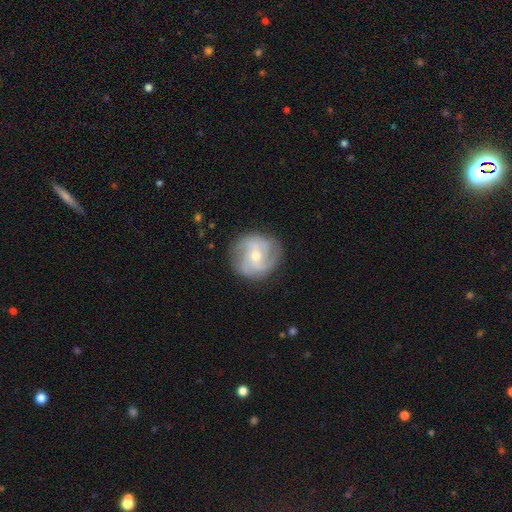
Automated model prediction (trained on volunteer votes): smooth-or-featured: featured or disk: 79% | smooth: 15% | star or artifact: 6%
  disk-edge-on: no: 97% | yes: 3%
    bar: no: 49% | weak: 39% | strong: 12%
    has-spiral-arms: yes: 93% | no: 7%
      spiral-winding: medium: 45% | tight: 35% | loose: 20%
      spiral-arm-count: 3: 34% | 2: 30% | can't tell: 19% | 4: 9% | 1: 5% | more than 4: 4%
    bulge-size: moderate: 50% | small: 47% | large: 2% | none: 1% | dominant: 1%
  merging: none: 82% | minor disturbance: 12% | major disturbance: 4% | merger: 1%